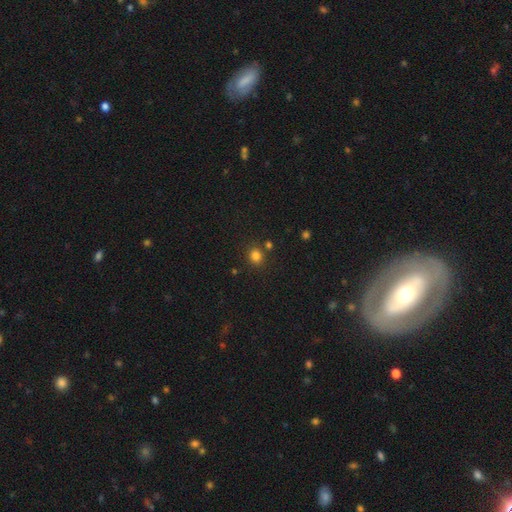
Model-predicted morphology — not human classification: smooth_or_featured: smooth (p=0.81) [alt: star or artifact p=0.14]
how_rounded: round (p=0.78) [alt: in between p=0.21]
merging: none (p=0.80) [alt: minor disturbance p=0.09]